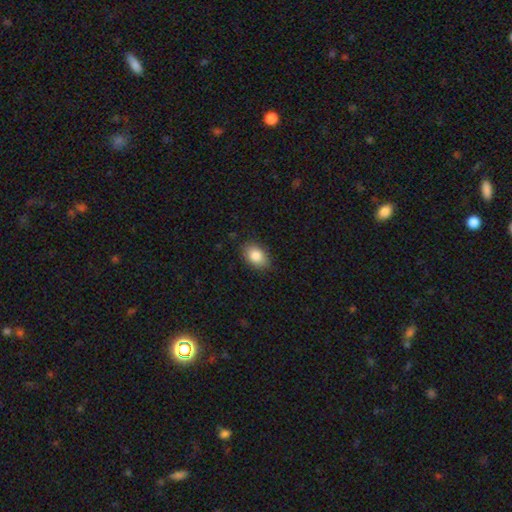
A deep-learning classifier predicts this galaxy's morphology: Q: Smooth or featured?
A: smooth (84%); runner-up: featured or disk (8%)
Q: How rounded?
A: in between (82%); runner-up: round (16%)
Q: Merging?
A: none (85%); runner-up: minor disturbance (12%)